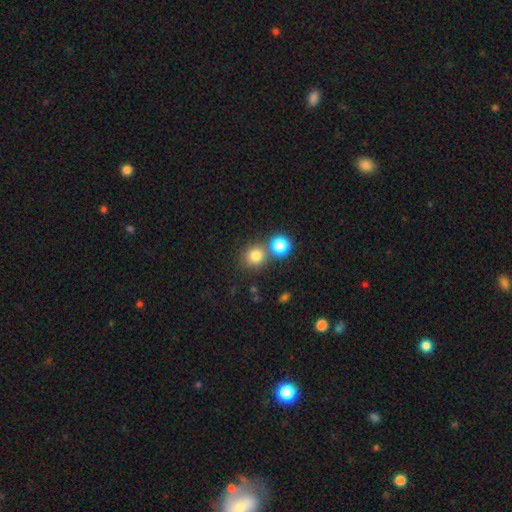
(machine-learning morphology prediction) Smooth or featured? smooth (78%)
How rounded? round (86%)
Merging? none (62%)